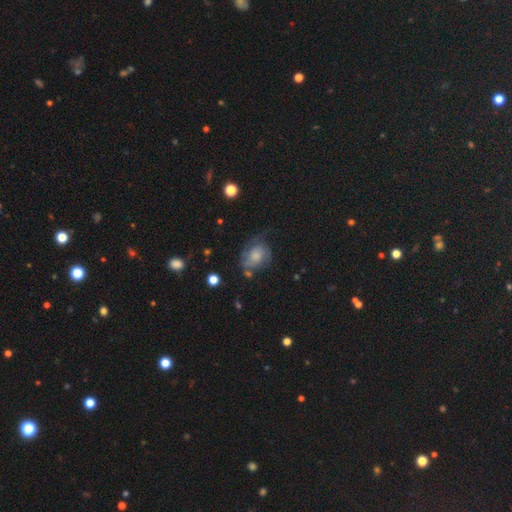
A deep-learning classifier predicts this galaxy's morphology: Q: Smooth or featured?
A: featured or disk (52%); runner-up: smooth (38%)
Q: Edge-on disk?
A: no (97%); runner-up: yes (3%)
Q: Bar?
A: no (72%); runner-up: weak (24%)
Q: Spiral arms?
A: yes (80%); runner-up: no (20%)
Q: Bulge size?
A: moderate (36%); runner-up: small (26%)
Q: Merging?
A: none (46%); runner-up: minor disturbance (28%)